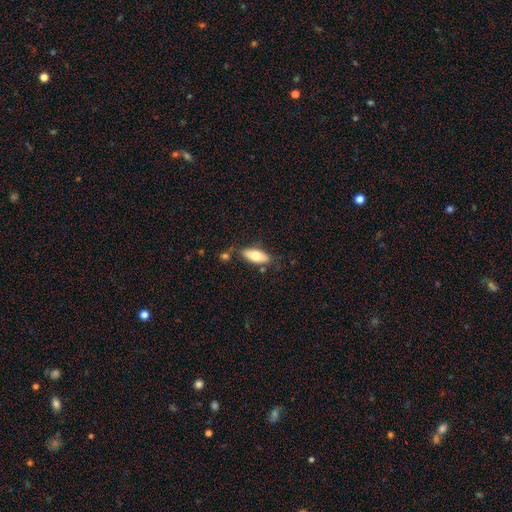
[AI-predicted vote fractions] Morphology: type=smooth (74%); roundness=in between (84%); merging=none (75%).